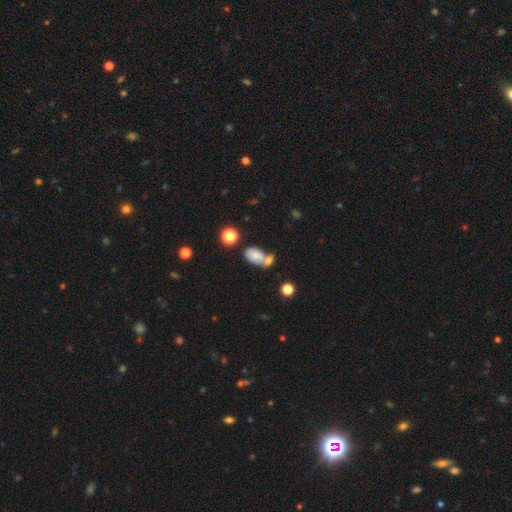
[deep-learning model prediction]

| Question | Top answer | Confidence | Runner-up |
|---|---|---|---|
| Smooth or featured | smooth | 75% | featured or disk (14%) |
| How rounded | in between | 88% | round (9%) |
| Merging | merger | 45% | none (34%) |